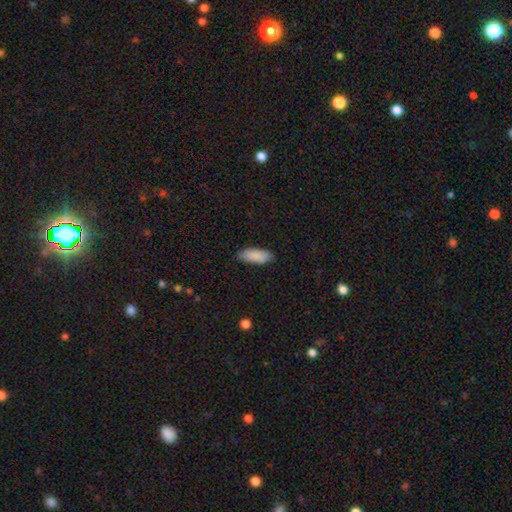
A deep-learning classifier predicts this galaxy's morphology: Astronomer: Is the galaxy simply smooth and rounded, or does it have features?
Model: smooth — 89%.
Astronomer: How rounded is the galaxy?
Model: in between — 80%.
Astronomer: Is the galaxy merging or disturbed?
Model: none — 82%.